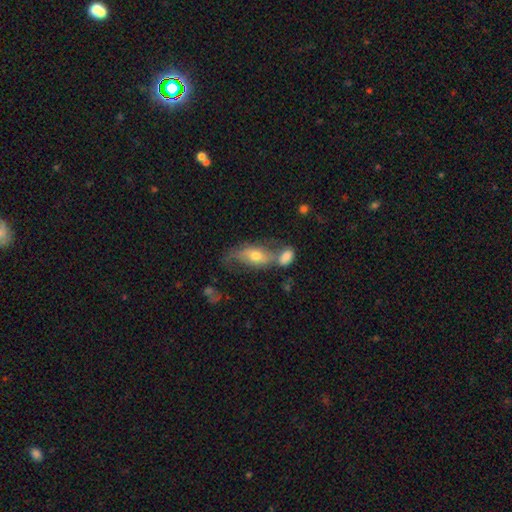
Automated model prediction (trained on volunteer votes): Smooth or featured? smooth (48%)
Merging? merger (38%)